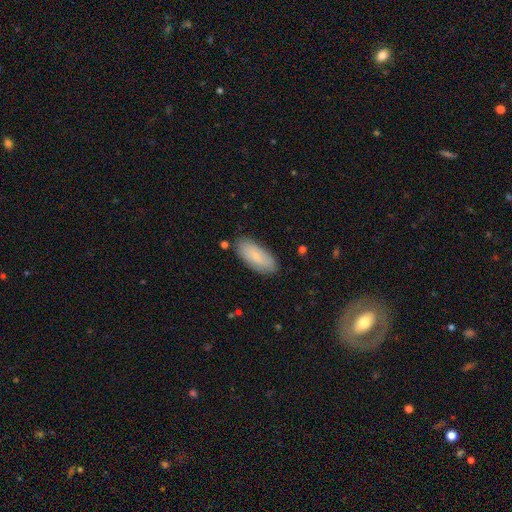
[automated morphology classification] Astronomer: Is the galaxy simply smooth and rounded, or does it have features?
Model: smooth — 77%.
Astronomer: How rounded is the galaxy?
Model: in between — 86%.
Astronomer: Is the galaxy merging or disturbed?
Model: none — 82%.